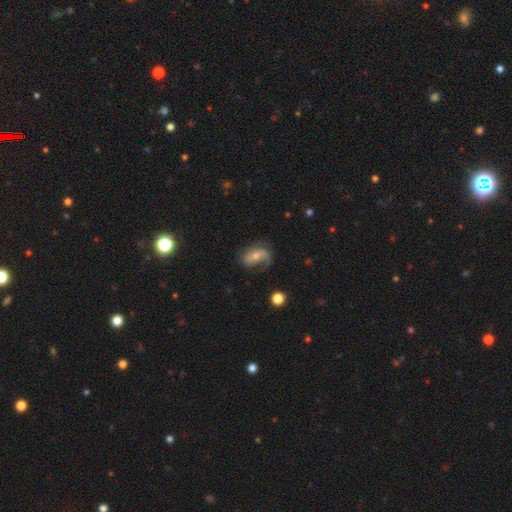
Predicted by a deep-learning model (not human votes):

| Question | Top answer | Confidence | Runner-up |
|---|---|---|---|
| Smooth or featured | featured or disk | 68% | smooth (22%) |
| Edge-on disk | no | 95% | yes (5%) |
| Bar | no | 52% | weak (33%) |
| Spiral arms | yes | 88% | no (12%) |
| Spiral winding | loose | 44% | medium (37%) |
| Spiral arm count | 1 | 45% | 2 (40%) |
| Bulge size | small | 52% | moderate (43%) |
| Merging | none | 53% | minor disturbance (24%) |